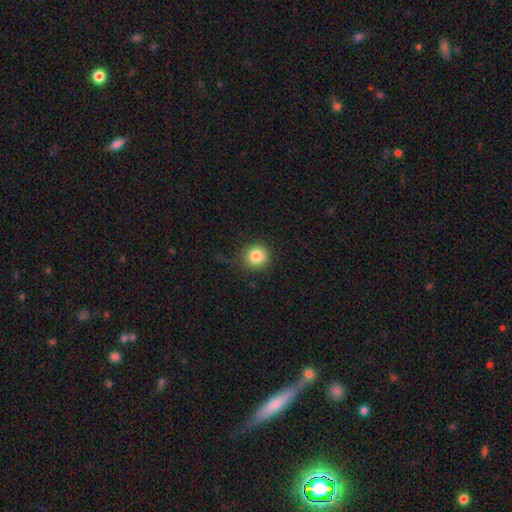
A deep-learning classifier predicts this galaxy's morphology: type=smooth (83%); roundness=round (90%); merging=none (77%).